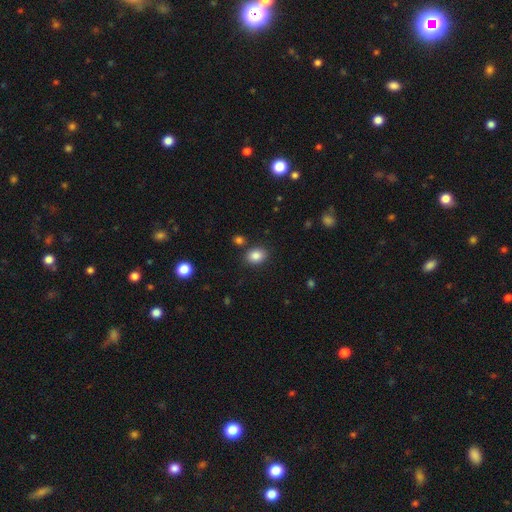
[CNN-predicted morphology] A smooth galaxy with no disk features (86%) that is in between round and cigar-shaped (68%).

Vote fractions:
- Smooth or featured? smooth: 86% / star or artifact: 9% / featured or disk: 5%
- How rounded? in between: 68% / round: 31% / cigar-shaped: 1%
- Merging? none: 83% / minor disturbance: 9% / merger: 5% / major disturbance: 3%